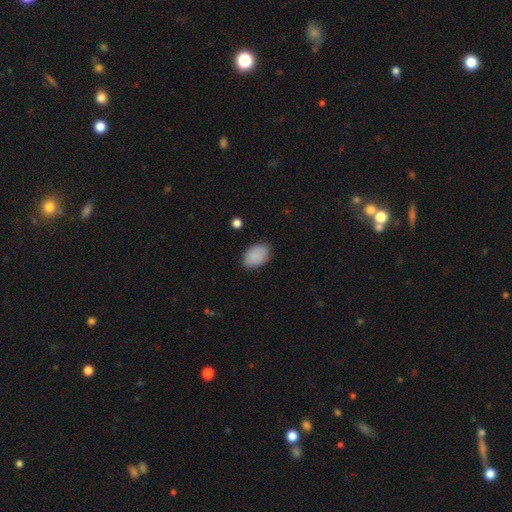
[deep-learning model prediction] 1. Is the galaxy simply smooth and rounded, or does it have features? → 88% smooth, 7% star or artifact, 5% featured or disk.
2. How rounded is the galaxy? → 89% in between, 10% round, 1% cigar-shaped.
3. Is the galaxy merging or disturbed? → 82% none, 14% minor disturbance, 3% major disturbance, 1% merger.